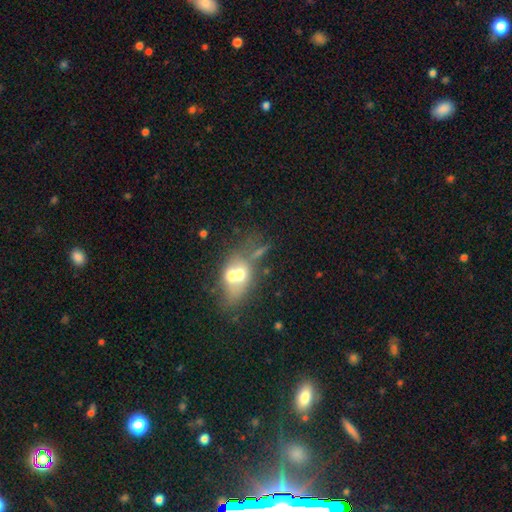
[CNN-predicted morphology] smooth-or-featured: featured or disk: 40% | smooth: 38% | star or artifact: 22%
  merging: merger: 38% | none: 35% | minor disturbance: 14% | major disturbance: 13%